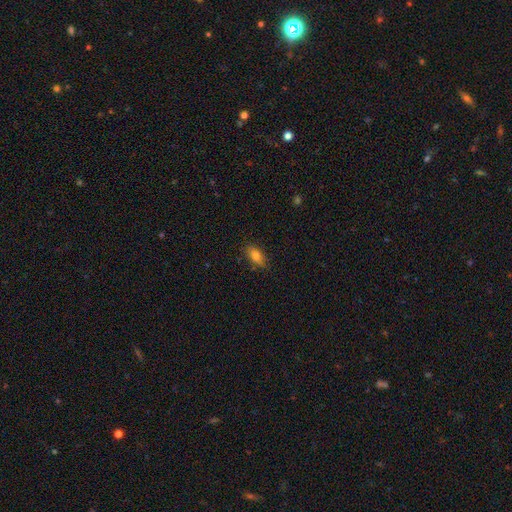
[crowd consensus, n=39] A smooth galaxy with no disk features (77%) that is in between round and cigar-shaped (97%). Merging: none (69%).